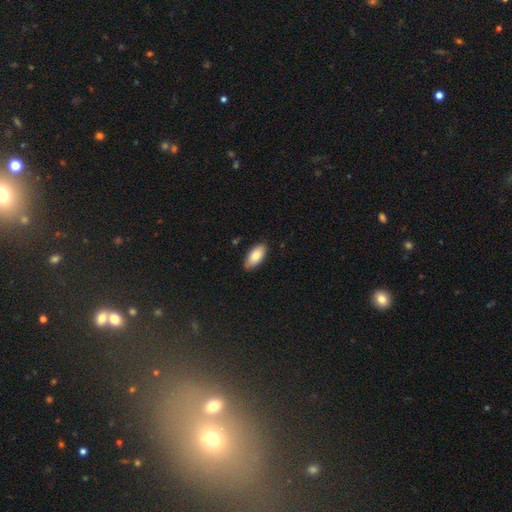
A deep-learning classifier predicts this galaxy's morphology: The model was most divided on "merging": none: 84%, minor disturbance: 12%, major disturbance: 2%, merger: 1%. More confident: how rounded — in between (92%); smooth or featured — smooth (87%).